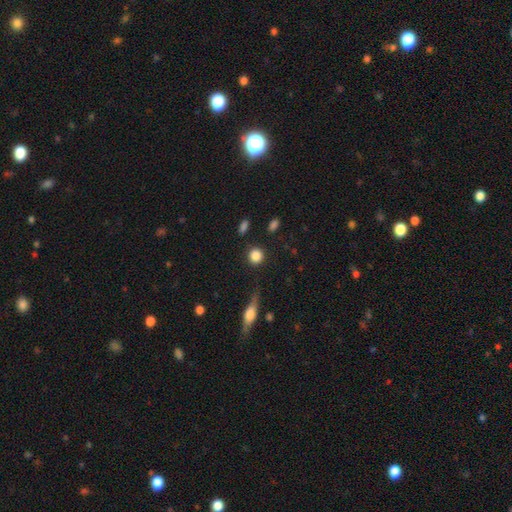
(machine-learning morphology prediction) This appears to be a smooth galaxy with no disk features (85%) that is round (89%). Merging: none (87%).